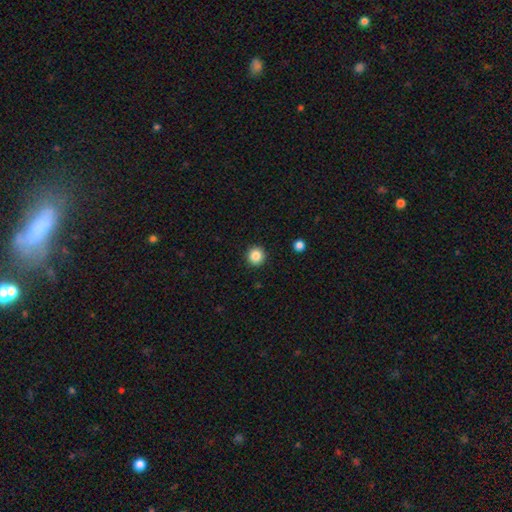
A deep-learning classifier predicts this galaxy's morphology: The model was most divided on "smooth or featured": smooth: 86%, star or artifact: 10%, featured or disk: 4%. More confident: how rounded — round (95%); merging — none (93%).